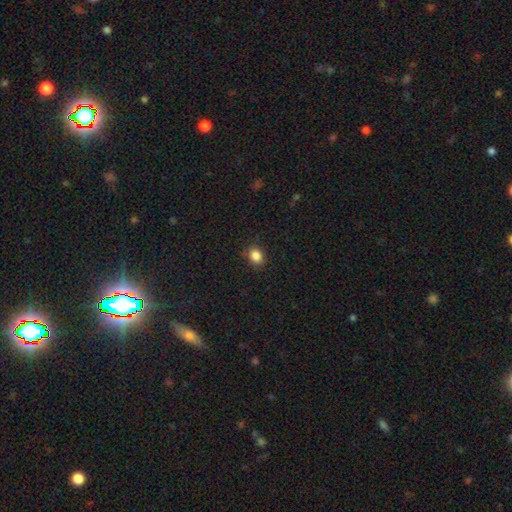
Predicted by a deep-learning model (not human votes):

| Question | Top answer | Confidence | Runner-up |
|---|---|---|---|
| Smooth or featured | smooth | 85% | star or artifact (11%) |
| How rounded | round | 56% | in between (43%) |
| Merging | none | 86% | minor disturbance (11%) |